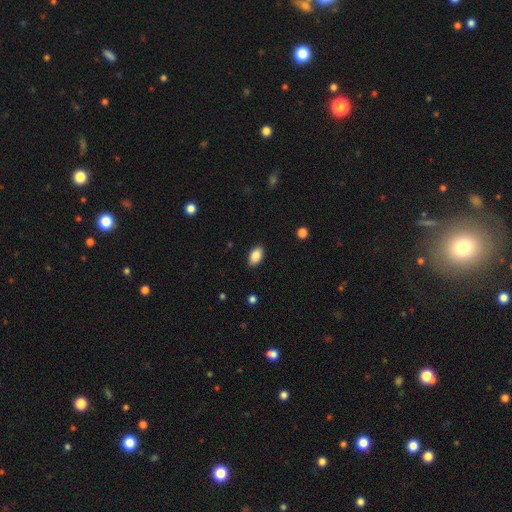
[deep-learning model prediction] This is clearly a smooth galaxy (87%). How rounded: clearly in between (93%). Merging: clearly none (88%).